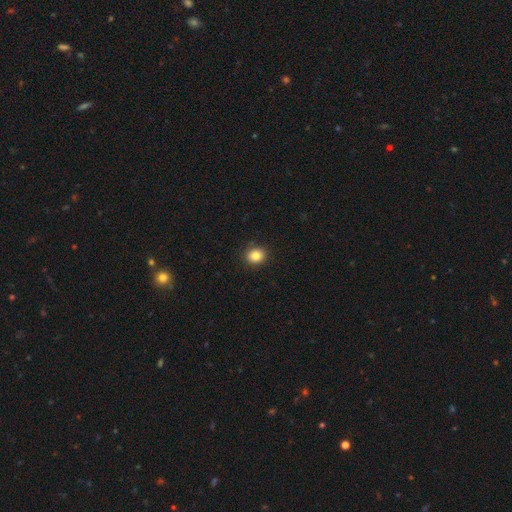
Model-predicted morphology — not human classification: A smooth galaxy with no disk features (84%) that is round (72%). Merging: none (89%).